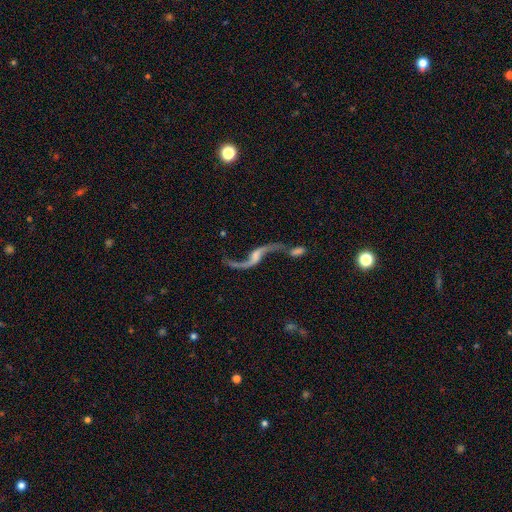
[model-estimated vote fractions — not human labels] Smooth or featured? featured or disk (87%)
Edge-on disk? no (91%)
Bar? no (46%)
Spiral arms? yes (92%)
Spiral winding? loose (95%)
Spiral arm count? 2 (91%)
Bulge size? small (35%)
Merging? none (38%, tied with merger)